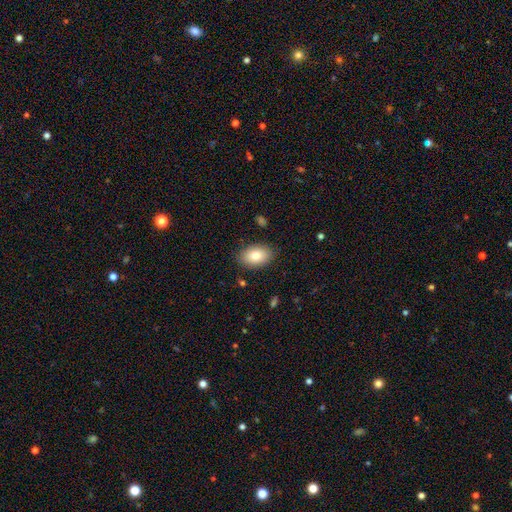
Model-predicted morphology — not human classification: This appears to be a smooth galaxy with no disk features (85%) that is in between round and cigar-shaped (91%). Merging: none (86%).